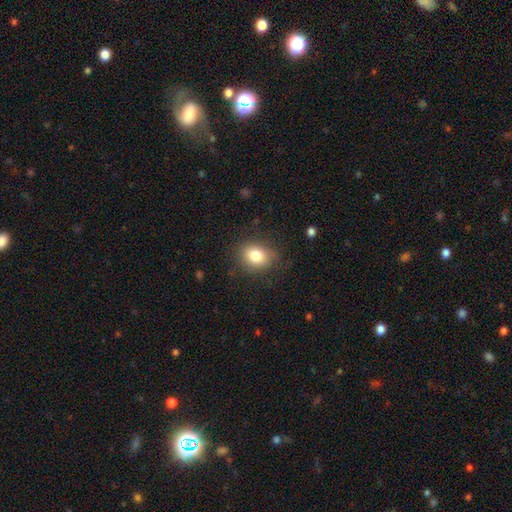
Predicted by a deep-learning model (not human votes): Smooth or featured? Predicted: smooth (p=0.81). How rounded? Predicted: in between (p=0.50). Merging? Predicted: none (p=0.80).